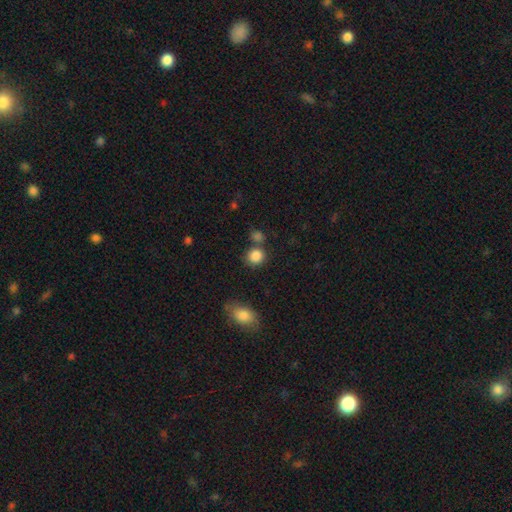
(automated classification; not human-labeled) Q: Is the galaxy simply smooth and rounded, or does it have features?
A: smooth — 87%.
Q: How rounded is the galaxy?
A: round — 83%.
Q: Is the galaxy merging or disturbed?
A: none — 71%.